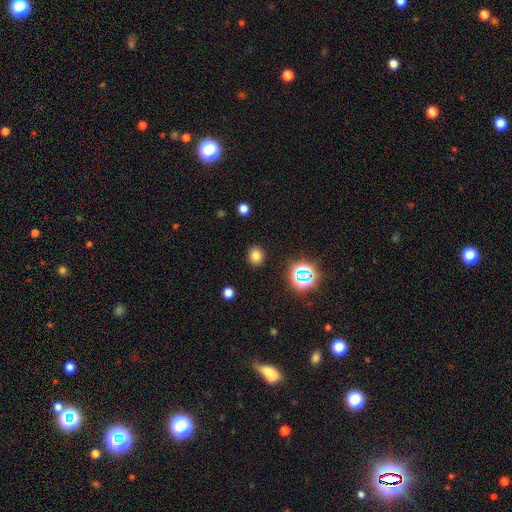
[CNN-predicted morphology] This is likely a smooth galaxy (76%). How rounded: likely round (73%). Merging: clearly none (89%).